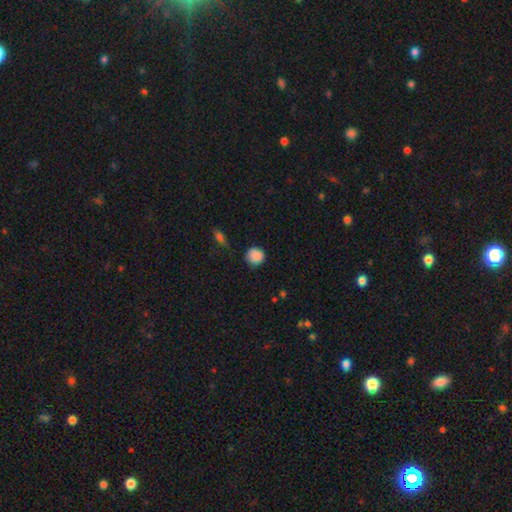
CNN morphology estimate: Q: Smooth or featured?
A: smooth (86%); runner-up: star or artifact (9%)
Q: How rounded?
A: round (91%); runner-up: in between (8%)
Q: Merging?
A: none (78%); runner-up: minor disturbance (16%)